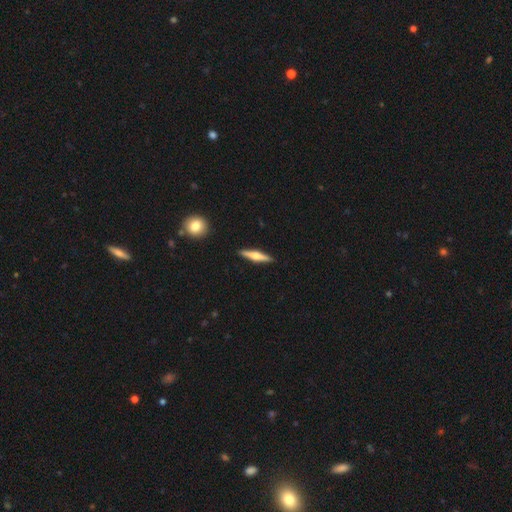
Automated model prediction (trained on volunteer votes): This is likely a featured or disk galaxy (61%). It is clearly viewed edge-on (97%). Edge-on bulge: clearly rounded (91%). Merging: clearly none (91%).